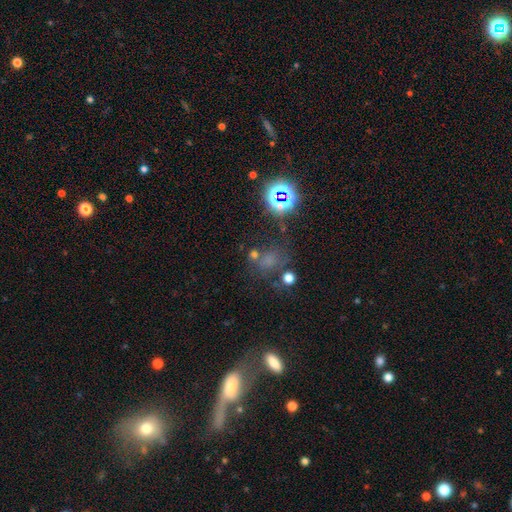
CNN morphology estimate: This appears to be a star or artifact, not a galaxy (45%).